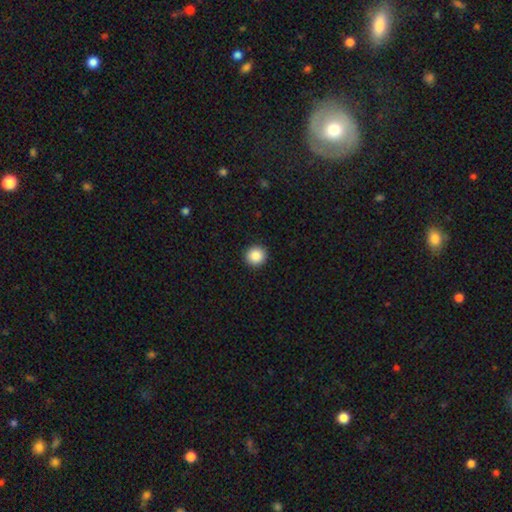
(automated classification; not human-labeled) The model was most divided on "smooth or featured": smooth: 88%, star or artifact: 9%, featured or disk: 3%. More confident: how rounded — round (94%); merging — none (93%).